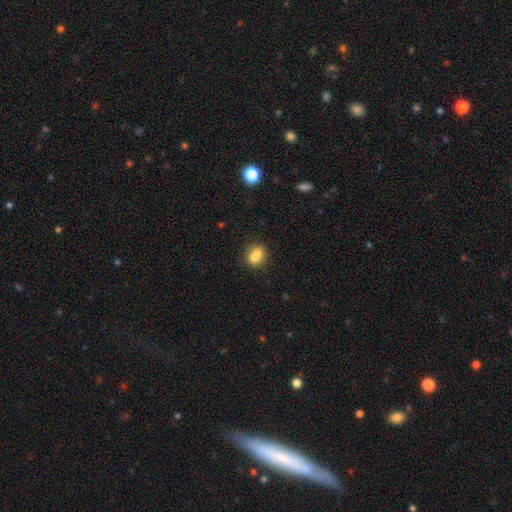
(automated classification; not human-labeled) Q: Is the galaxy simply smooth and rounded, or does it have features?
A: smooth — 72%.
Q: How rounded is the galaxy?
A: round — 66%.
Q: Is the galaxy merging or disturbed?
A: merger — 54%.